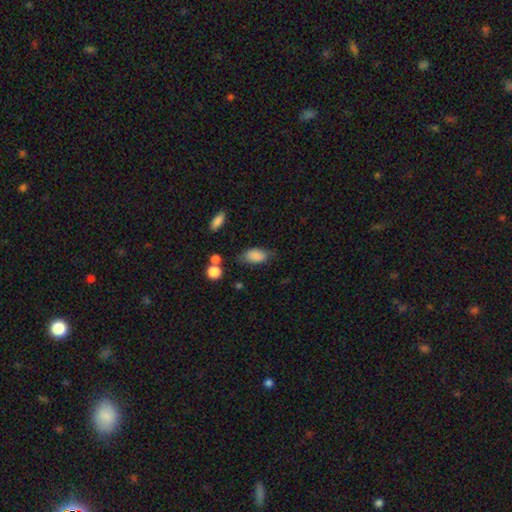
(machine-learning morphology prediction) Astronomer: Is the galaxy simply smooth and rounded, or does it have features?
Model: smooth — 86%.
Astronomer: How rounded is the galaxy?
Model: in between — 91%.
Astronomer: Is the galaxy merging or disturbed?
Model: none — 68%.